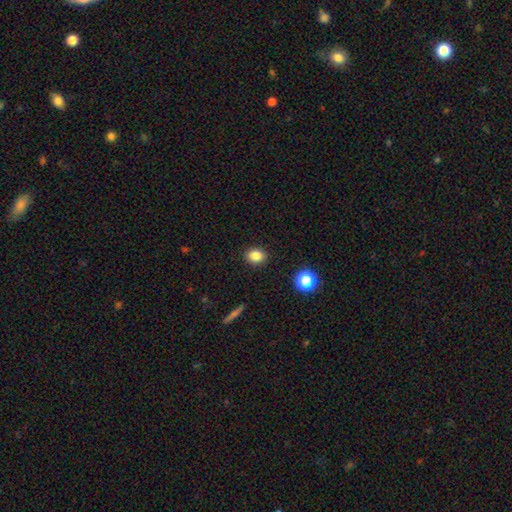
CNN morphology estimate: This is clearly a smooth galaxy (83%). How rounded: possibly in between (52%). Merging: clearly none (90%).